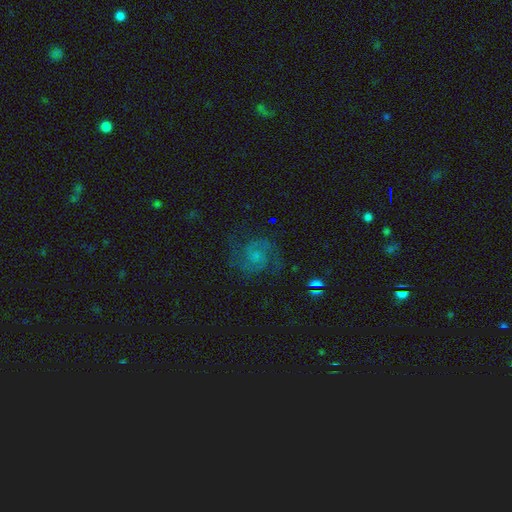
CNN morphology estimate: smooth-or-featured: featured or disk: 78% | smooth: 12% | star or artifact: 10%
  disk-edge-on: no: 98% | yes: 2%
    bar: no: 64% | weak: 32% | strong: 4%
    has-spiral-arms: yes: 96% | no: 4%
      spiral-winding: medium: 55% | tight: 28% | loose: 17%
      spiral-arm-count: 2: 84% | can't tell: 6% | 3: 5% | 1: 2% | 4: 2% | more than 4: 2%
    bulge-size: small: 46% | none: 26% | moderate: 23% | large: 4% | dominant: 1%
  merging: none: 73% | minor disturbance: 16% | major disturbance: 10% | merger: 1%